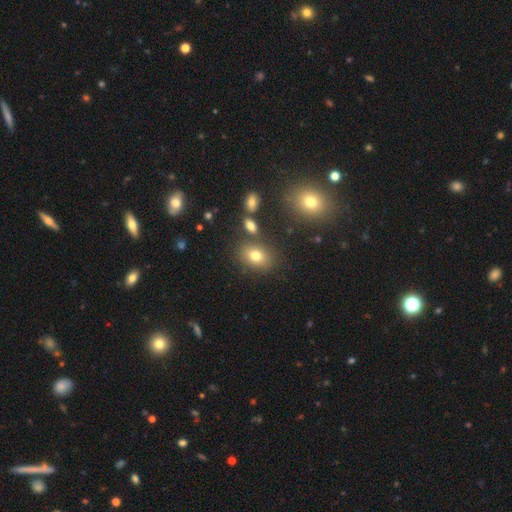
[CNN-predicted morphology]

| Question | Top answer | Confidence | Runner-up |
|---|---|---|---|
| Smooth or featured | smooth | 76% | star or artifact (13%) |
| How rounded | in between | 69% | round (30%) |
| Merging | none | 77% | minor disturbance (11%) |